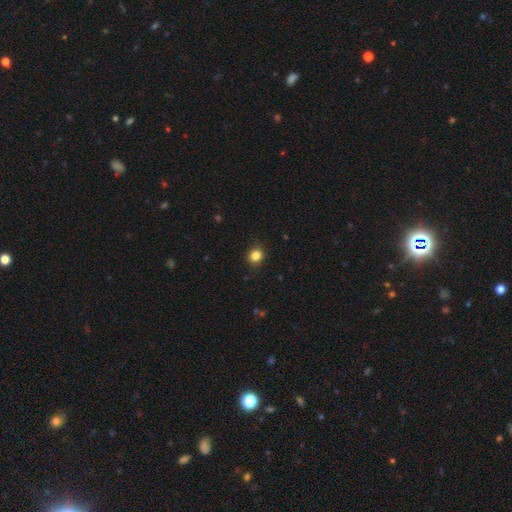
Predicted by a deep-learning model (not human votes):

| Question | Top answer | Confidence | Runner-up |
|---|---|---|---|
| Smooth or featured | smooth | 84% | star or artifact (12%) |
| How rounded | round | 76% | in between (23%) |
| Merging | none | 87% | minor disturbance (10%) |